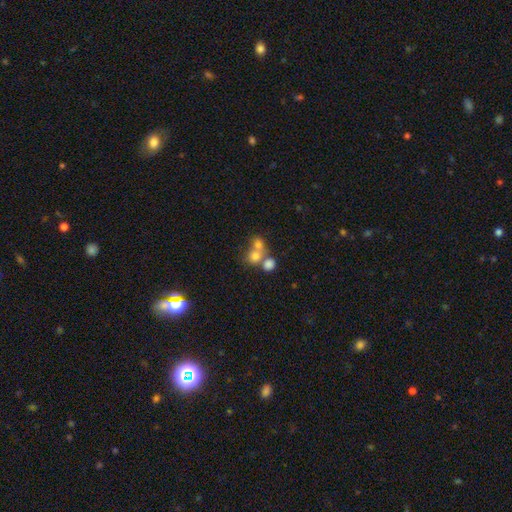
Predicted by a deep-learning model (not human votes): This is likely a smooth galaxy (71%). How rounded: likely round (74%). Merging: possibly merger (56%).